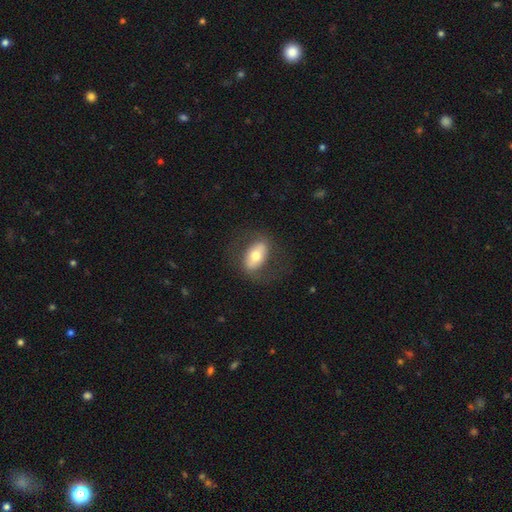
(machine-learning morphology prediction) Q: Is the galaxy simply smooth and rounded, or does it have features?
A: smooth — 54%.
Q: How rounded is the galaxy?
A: in between — 89%.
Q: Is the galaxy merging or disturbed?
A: none — 72%.